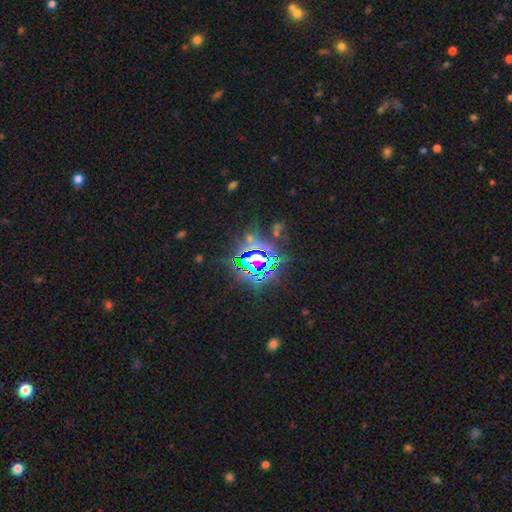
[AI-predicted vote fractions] This is clearly a star or artifact rather than a galaxy (82%).